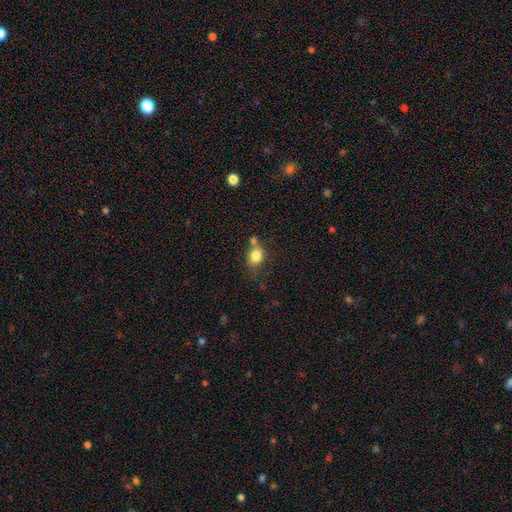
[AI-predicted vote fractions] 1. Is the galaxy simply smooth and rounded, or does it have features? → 82% smooth, 10% star or artifact, 9% featured or disk.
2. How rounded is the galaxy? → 54% in between, 44% round, 1% cigar-shaped.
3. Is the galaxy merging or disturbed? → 51% none, 24% merger, 18% minor disturbance, 7% major disturbance.